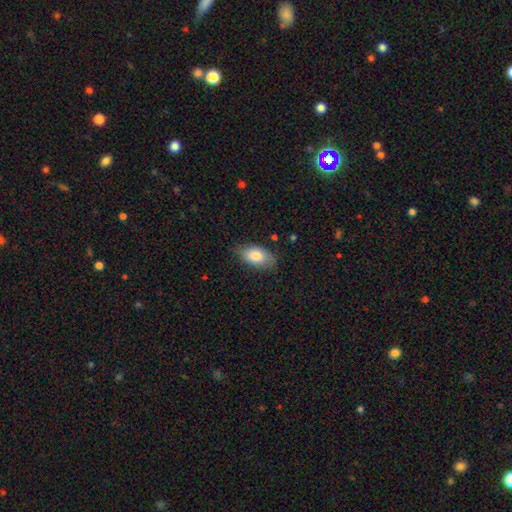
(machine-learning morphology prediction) Smooth or featured?
  - smooth: 81% *
  - featured or disk: 12%
  - star or artifact: 7%
How rounded?
  - in between: 92% *
  - round: 6%
  - cigar-shaped: 2%
Merging?
  - none: 75% *
  - minor disturbance: 20%
  - major disturbance: 4%
  - merger: 1%